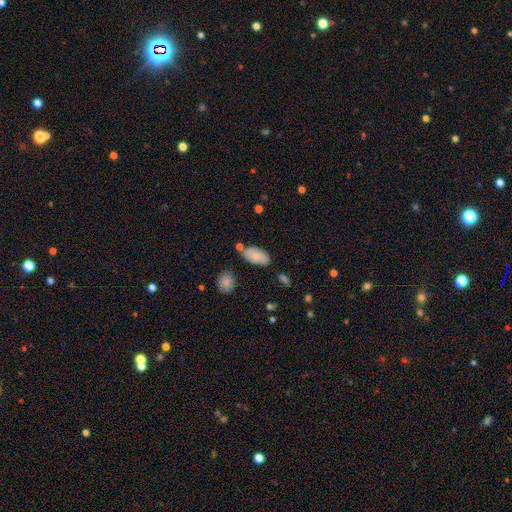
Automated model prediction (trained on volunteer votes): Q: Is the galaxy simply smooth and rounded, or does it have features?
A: smooth — 79%.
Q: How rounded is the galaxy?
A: in between — 94%.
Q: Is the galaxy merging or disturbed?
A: none — 65%.